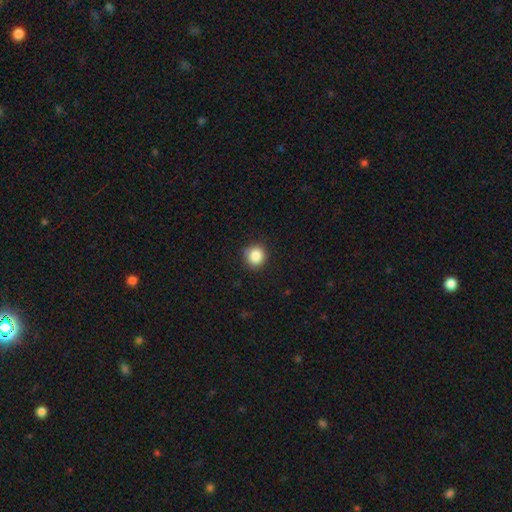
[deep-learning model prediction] A smooth galaxy with no disk features (86%) that is round (90%). Merging: none (87%).